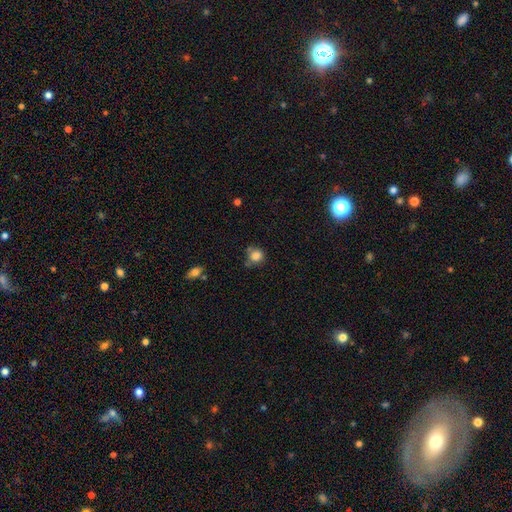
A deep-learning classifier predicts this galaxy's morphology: Smooth or featured? smooth (83%)
How rounded? round (85%)
Merging? none (63%)